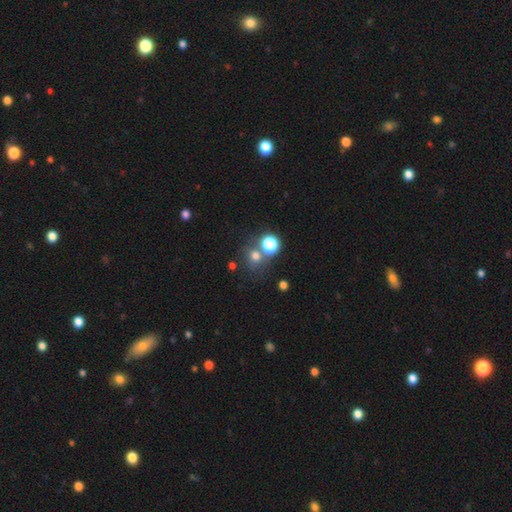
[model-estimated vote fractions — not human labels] Smooth or featured: smooth — 68% (star or artifact — 23%)
How rounded: round — 83% (in between — 16%)
Merging: none — 63% (merger — 23%)